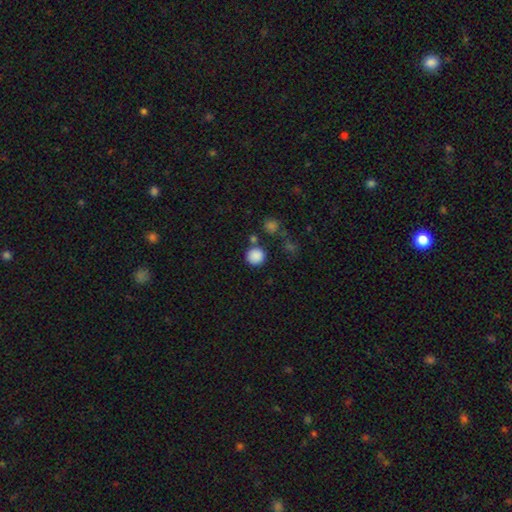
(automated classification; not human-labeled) This appears to be a smooth galaxy with no disk features (86%) that is round (92%). Merging: none (78%).